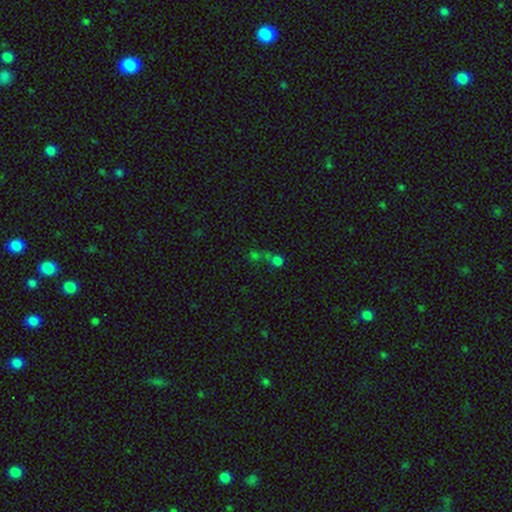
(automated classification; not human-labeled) Morphology: type=star or artifact (47%).